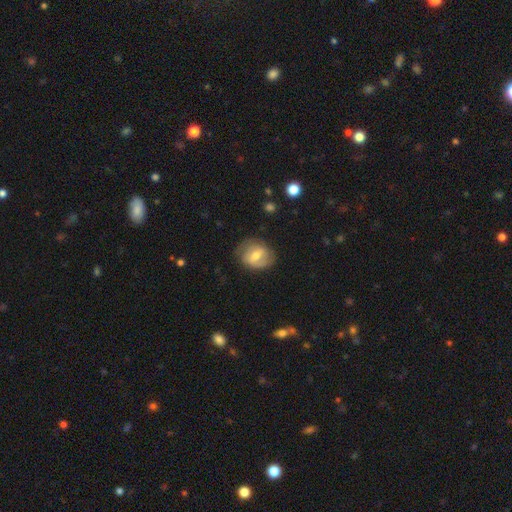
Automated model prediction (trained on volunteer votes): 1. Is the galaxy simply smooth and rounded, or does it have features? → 51% featured or disk, 42% smooth, 7% star or artifact.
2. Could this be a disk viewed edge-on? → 95% no, 5% yes.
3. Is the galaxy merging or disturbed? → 70% none, 21% minor disturbance, 8% major disturbance, 1% merger.